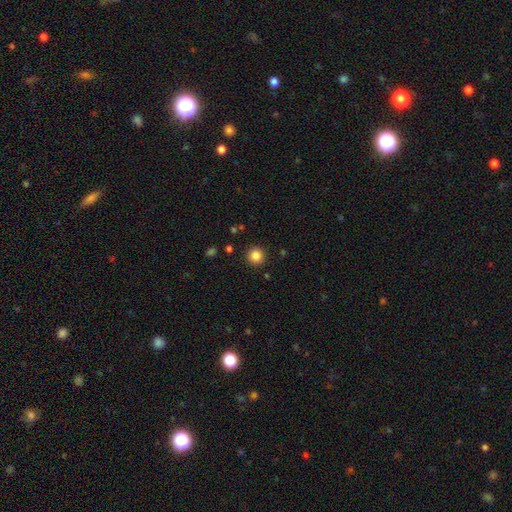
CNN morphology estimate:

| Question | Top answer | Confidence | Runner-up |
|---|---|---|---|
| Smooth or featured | smooth | 85% | star or artifact (11%) |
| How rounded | round | 95% | in between (4%) |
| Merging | none | 92% | minor disturbance (5%) |